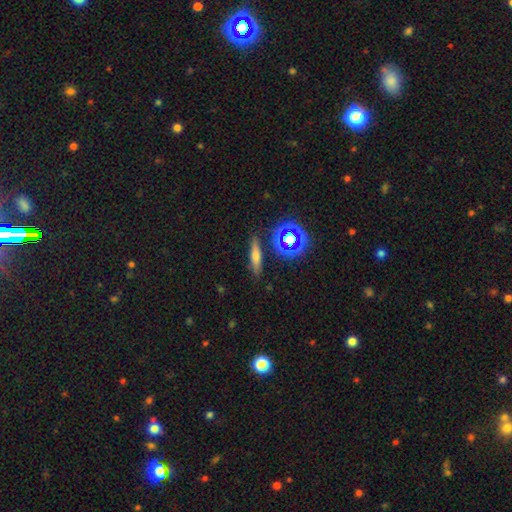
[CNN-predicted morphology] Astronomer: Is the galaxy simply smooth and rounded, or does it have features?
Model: smooth — 56%.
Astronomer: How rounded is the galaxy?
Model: cigar-shaped — 74%.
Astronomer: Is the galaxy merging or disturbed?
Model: none — 84%.